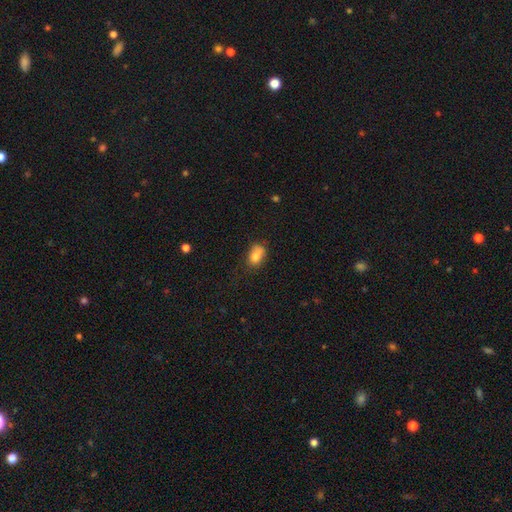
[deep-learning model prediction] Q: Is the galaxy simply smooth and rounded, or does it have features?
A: smooth — 78%.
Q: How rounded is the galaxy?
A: in between — 77%.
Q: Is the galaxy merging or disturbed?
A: none — 47%.